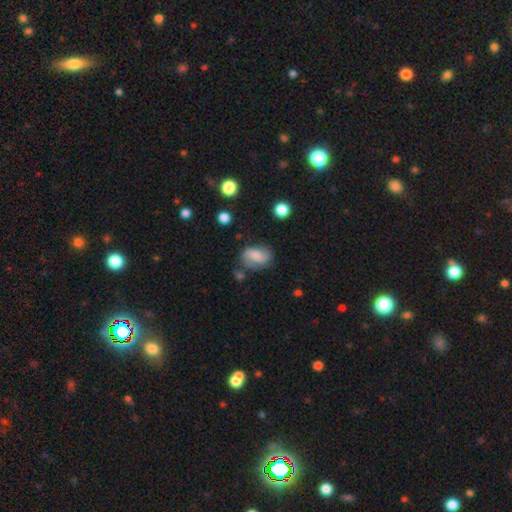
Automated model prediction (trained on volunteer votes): Smooth or featured: featured or disk — 46% (smooth — 45%)
Merging: none — 59% (minor disturbance — 25%)